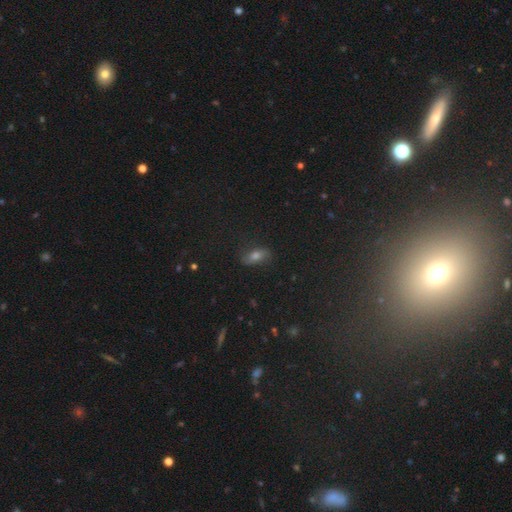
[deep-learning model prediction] smooth-or-featured: smooth: 57% | star or artifact: 23% | featured or disk: 20%
  how-rounded: in between: 75% | cigar-shaped: 15% | round: 9%
  merging: none: 80% | minor disturbance: 13% | major disturbance: 4% | merger: 2%